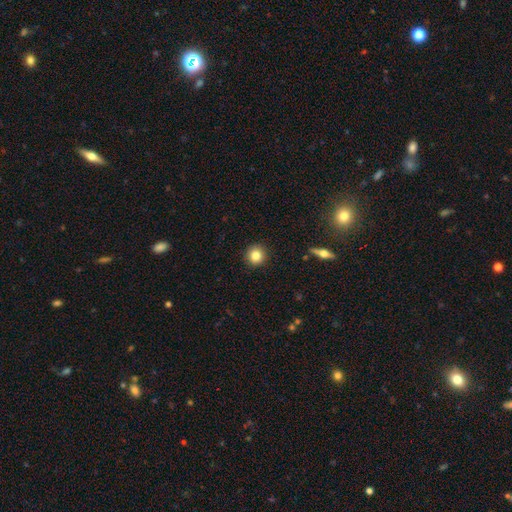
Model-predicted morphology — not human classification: The model was most divided on "smooth or featured": smooth: 82%, star or artifact: 10%, featured or disk: 8%. More confident: how rounded — round (94%); merging — none (92%).